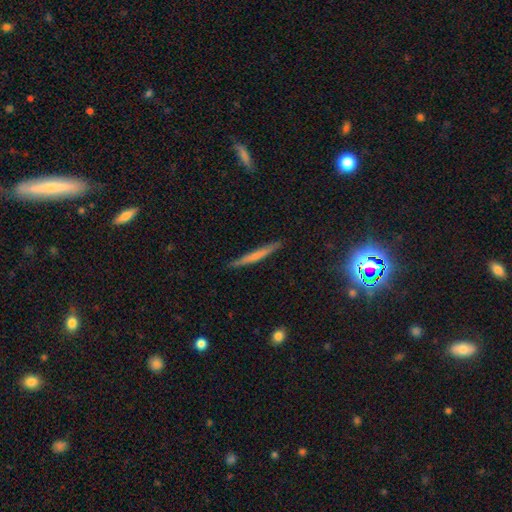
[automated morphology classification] This appears to be a smooth galaxy with no disk features (54%) that is cigar-shaped (96%). Merging: none (88%).